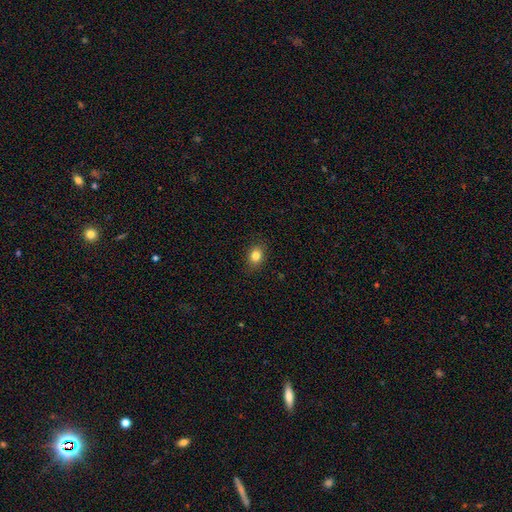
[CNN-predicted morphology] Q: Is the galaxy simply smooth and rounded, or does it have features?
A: smooth — 83%.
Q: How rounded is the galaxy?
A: in between — 54%.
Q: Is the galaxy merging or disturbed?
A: none — 88%.